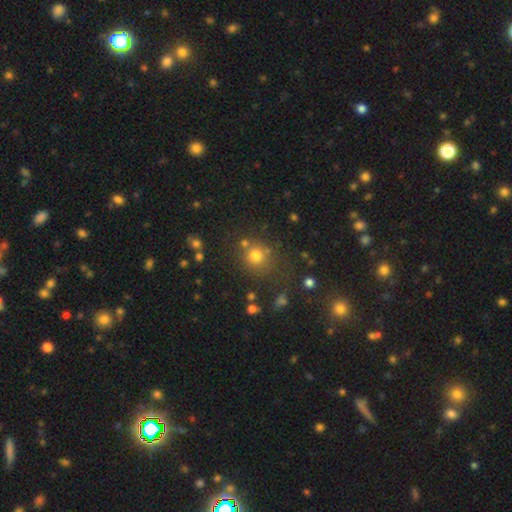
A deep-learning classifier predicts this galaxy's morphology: Overall: smooth (75%). How rounded: round (88%). Merging: none (72%).